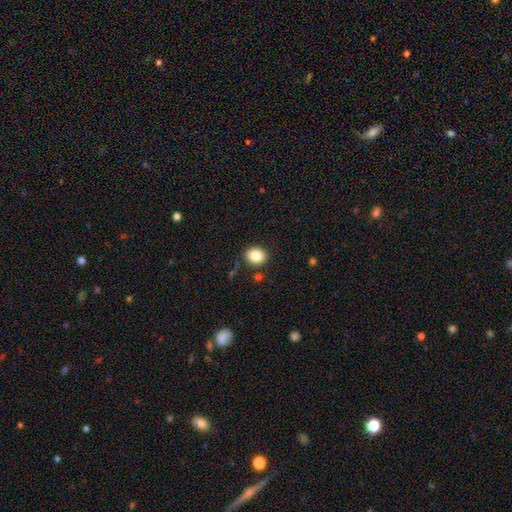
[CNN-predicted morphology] Smooth or featured? Predicted: smooth (p=0.85). How rounded? Predicted: round (p=0.59). Merging? Predicted: none (p=0.87).